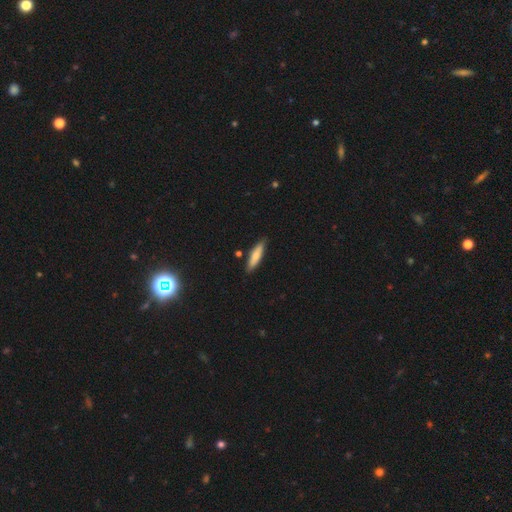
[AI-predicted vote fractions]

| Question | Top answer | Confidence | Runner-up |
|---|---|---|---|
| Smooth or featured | smooth | 75% | featured or disk (20%) |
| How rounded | cigar-shaped | 77% | in between (21%) |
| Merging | none | 84% | minor disturbance (11%) |